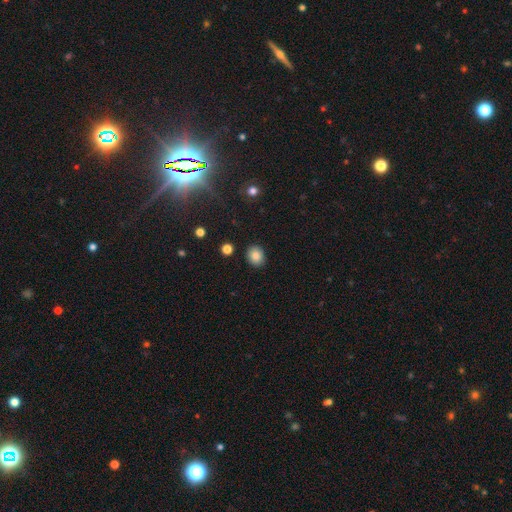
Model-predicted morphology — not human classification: Smooth or featured?
  - smooth: 85% *
  - star or artifact: 10%
  - featured or disk: 5%
How rounded?
  - round: 63% *
  - in between: 36%
  - cigar-shaped: 1%
Merging?
  - none: 89% *
  - minor disturbance: 8%
  - major disturbance: 2%
  - merger: 2%